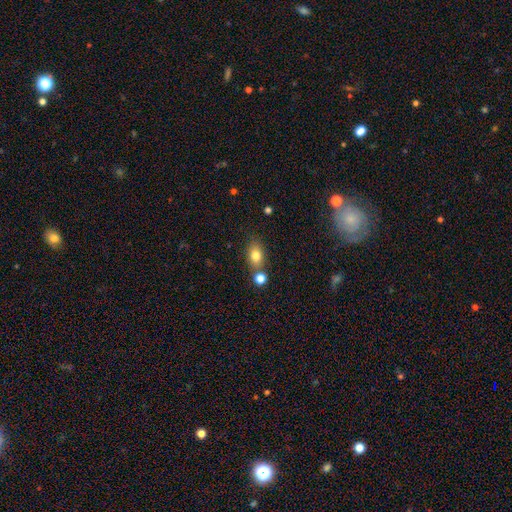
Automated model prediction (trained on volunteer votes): Morphology: type=smooth (79%); roundness=in between (75%); merging=none (66%).